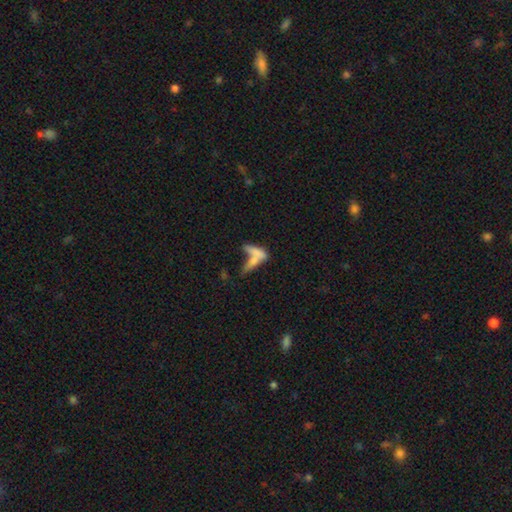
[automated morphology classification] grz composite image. It shows a smooth galaxy with no disk features (62%) that is cigar-shaped (62%). Merging: merger (53%).